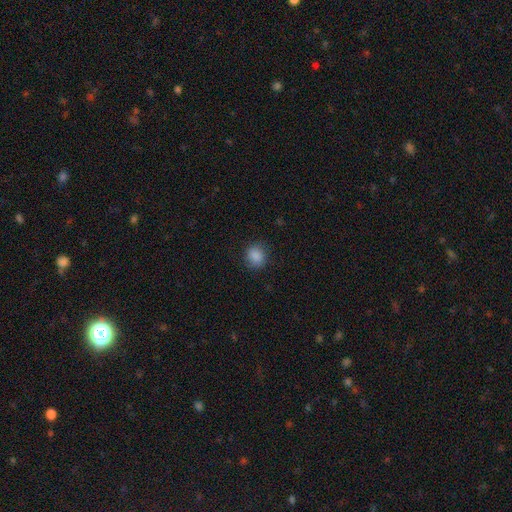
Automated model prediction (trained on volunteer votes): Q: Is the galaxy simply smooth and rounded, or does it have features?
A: smooth — 87%.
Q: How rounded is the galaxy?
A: round — 76%.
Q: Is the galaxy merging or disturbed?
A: none — 84%.